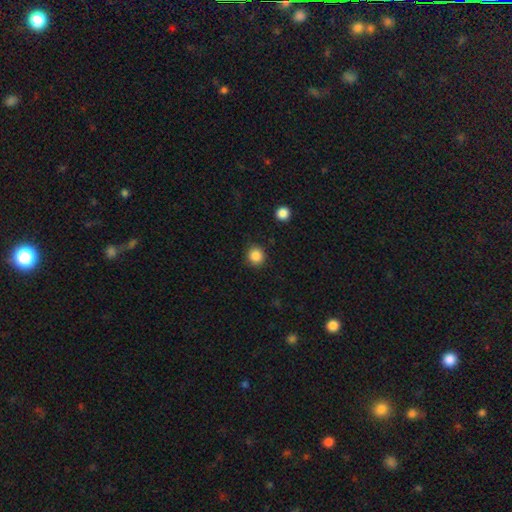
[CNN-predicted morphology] Q: Smooth or featured?
A: smooth (85%); runner-up: star or artifact (11%)
Q: How rounded?
A: round (91%); runner-up: in between (8%)
Q: Merging?
A: none (88%); runner-up: minor disturbance (8%)